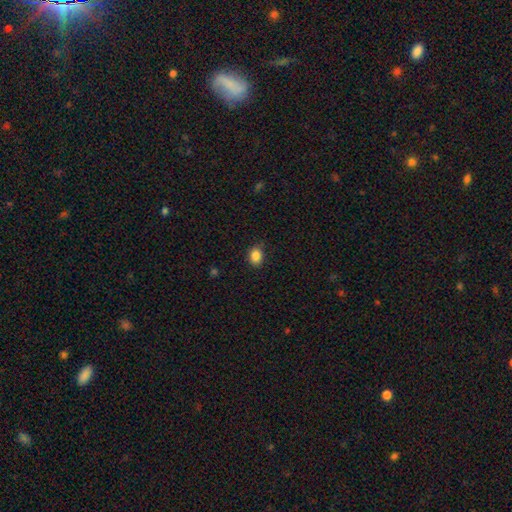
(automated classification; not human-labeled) This appears to be a smooth galaxy with no disk features (86%) that is in between round and cigar-shaped (55%). Merging: none (82%).